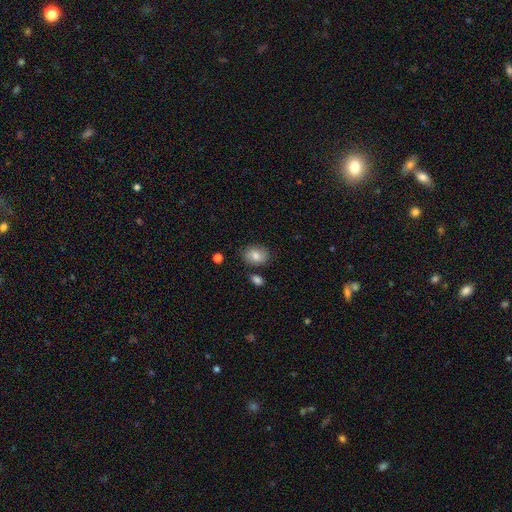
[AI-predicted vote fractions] Overall: smooth (80%). How rounded: in between (62%; round 37%). Merging: none (78%).